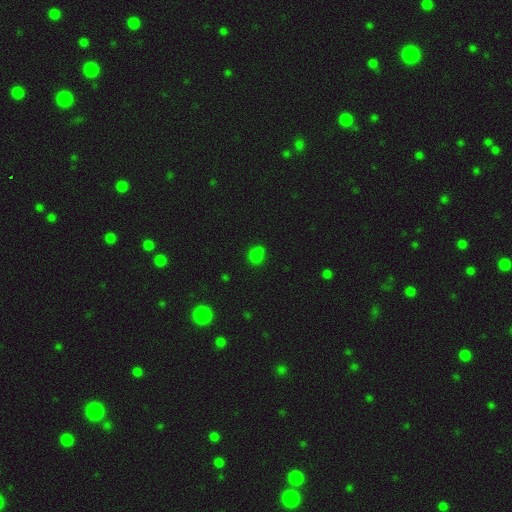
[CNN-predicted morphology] smooth-or-featured: smooth: 73% | star or artifact: 20% | featured or disk: 7%
  how-rounded: round: 65% | in between: 33% | cigar-shaped: 2%
  merging: none: 61% | minor disturbance: 19% | merger: 14% | major disturbance: 6%